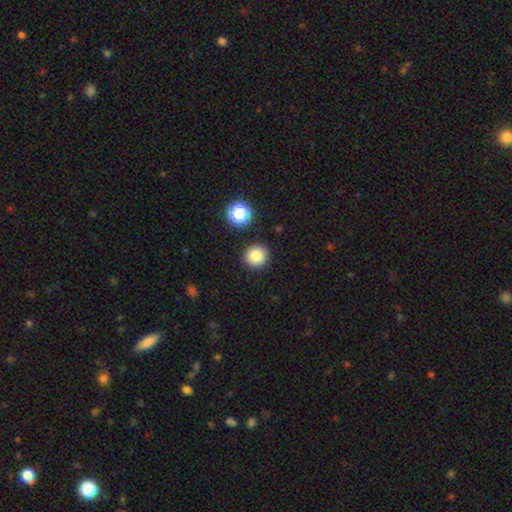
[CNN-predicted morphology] Smooth or featured?
  - smooth: 82% *
  - star or artifact: 12%
  - featured or disk: 6%
How rounded?
  - round: 92% *
  - in between: 7%
  - cigar-shaped: 1%
Merging?
  - none: 90% *
  - minor disturbance: 6%
  - merger: 2%
  - major disturbance: 2%